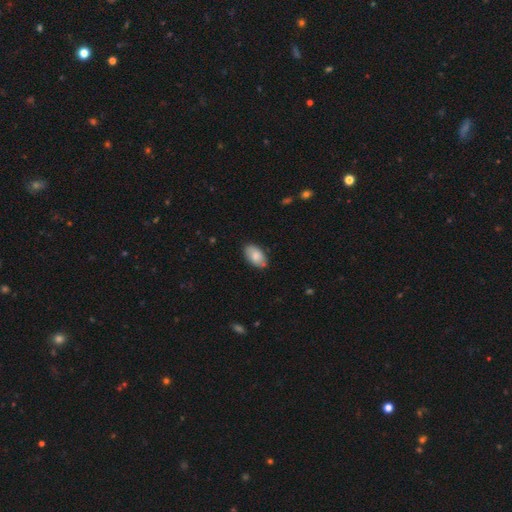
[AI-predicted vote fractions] Morphology: type=smooth (79%); roundness=in between (93%); merging=none (78%).